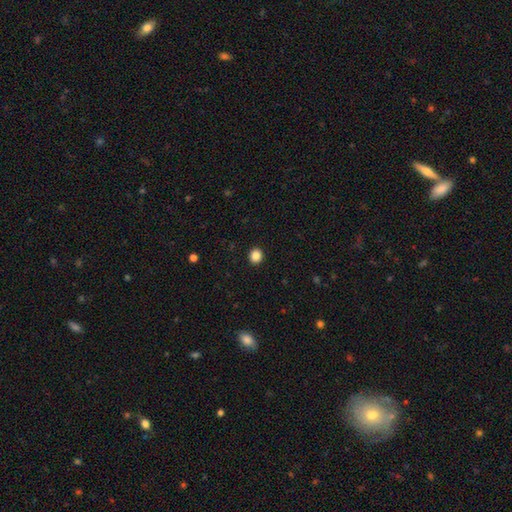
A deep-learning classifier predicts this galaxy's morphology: Smooth or featured? smooth (86%)
How rounded? round (83%)
Merging? none (93%)